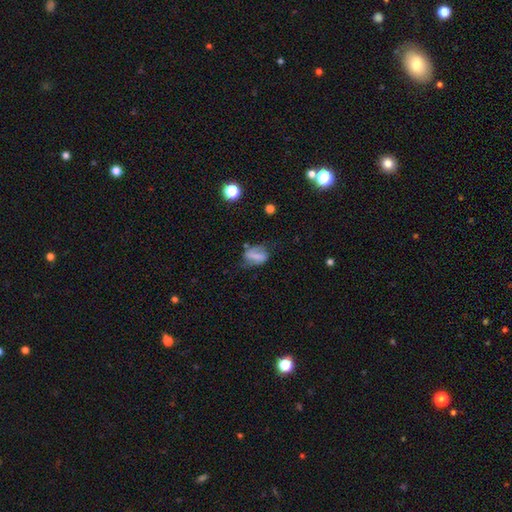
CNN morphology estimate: type=smooth (47%); merging=none (51%).